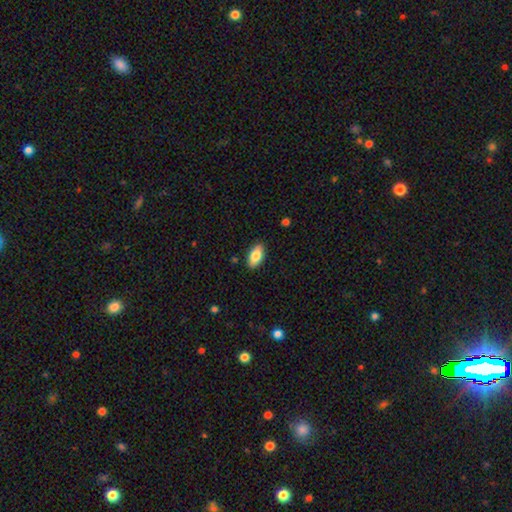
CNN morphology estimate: Smooth or featured? smooth (81%)
How rounded? in between (92%)
Merging? none (88%)